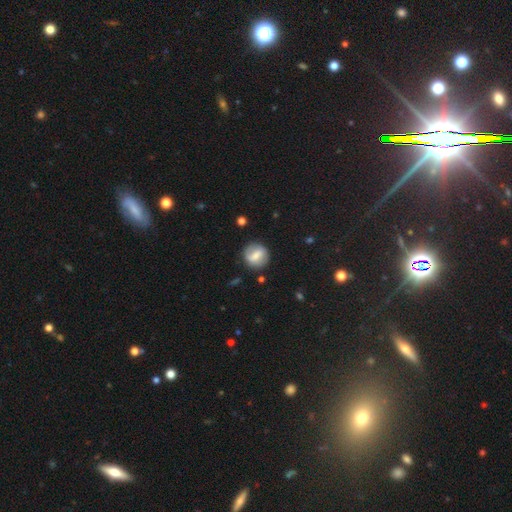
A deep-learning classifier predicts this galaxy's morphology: Smooth or featured: smooth — 53% (featured or disk — 40%)
How rounded: round — 84% (in between — 15%)
Merging: none — 81% (minor disturbance — 12%)